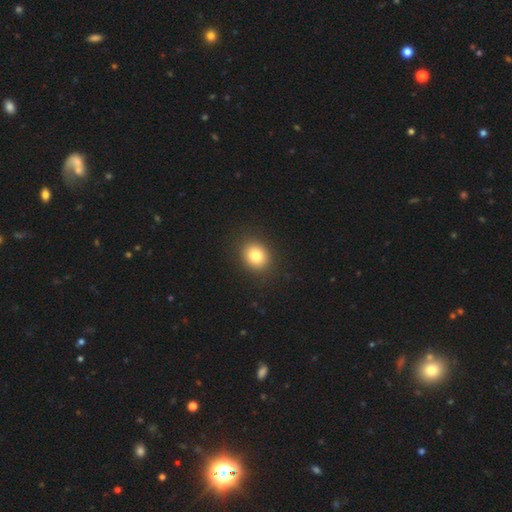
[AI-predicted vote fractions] smooth-or-featured: smooth: 81% | star or artifact: 10% | featured or disk: 8%
  how-rounded: round: 64% | in between: 35% | cigar-shaped: 1%
  merging: none: 90% | minor disturbance: 7% | major disturbance: 2% | merger: 1%